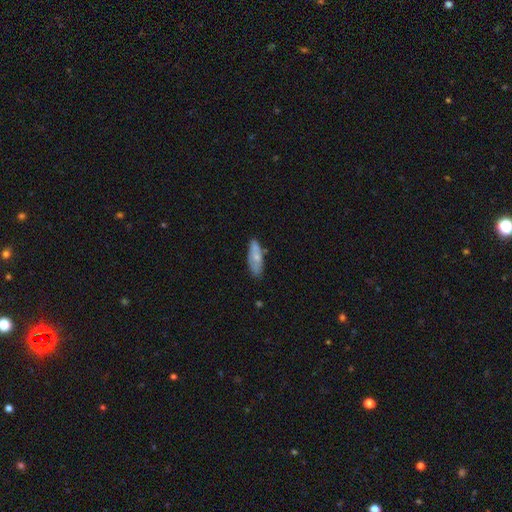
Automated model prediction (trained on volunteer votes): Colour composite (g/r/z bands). It shows a smooth galaxy with no disk features (62%) that is in between round and cigar-shaped (67%). Merging: none (72%).